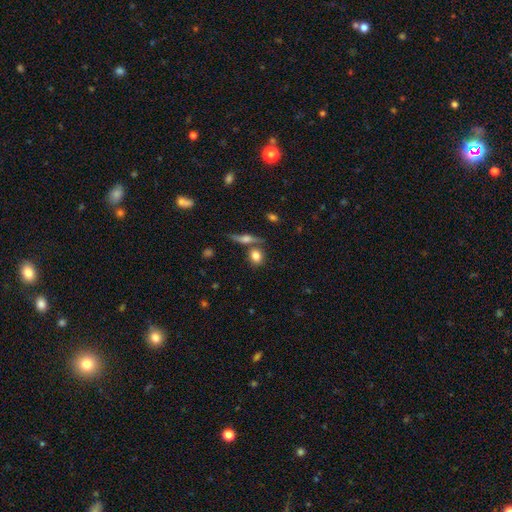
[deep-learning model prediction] Smooth or featured: smooth — 78% (featured or disk — 13%)
How rounded: round — 62% (in between — 33%)
Merging: none — 64% (merger — 21%)